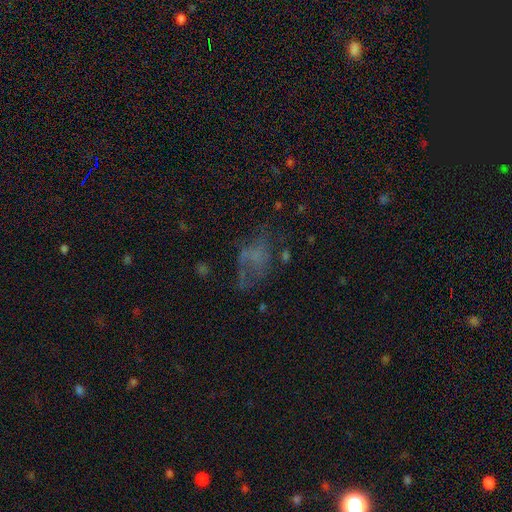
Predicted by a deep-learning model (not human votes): smooth-or-featured: featured or disk: 41% | smooth: 36% | star or artifact: 22%
  merging: major disturbance: 38% | none: 37% | minor disturbance: 20% | merger: 5%